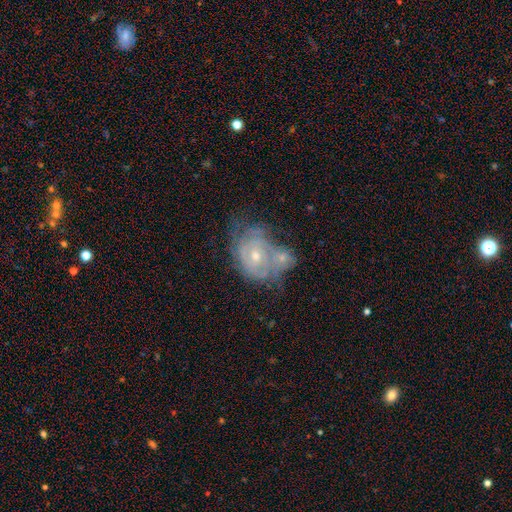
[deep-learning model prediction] Smooth or featured? Predicted: featured or disk (p=0.77). Edge-on disk? Predicted: no (p=0.97). Bar? Predicted: no (p=0.65). Spiral arms? Predicted: yes (p=0.84). Spiral winding? Predicted: tight (p=0.67). Spiral arm count? Predicted: can't tell (p=0.48). Bulge size? Predicted: small (p=0.49). Merging? Predicted: merger (p=0.42).